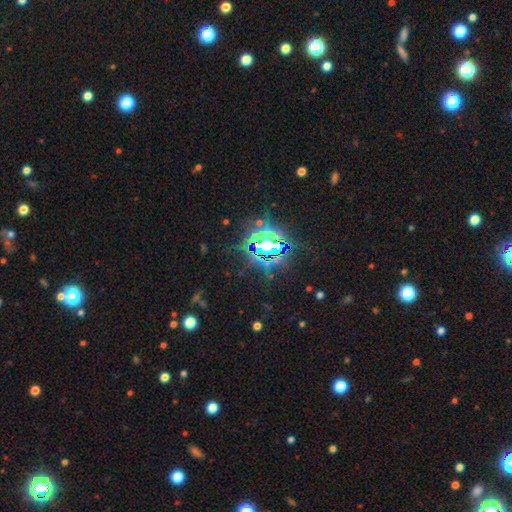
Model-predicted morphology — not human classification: star or artifact 85%, smooth 8%, featured or disk 7%.